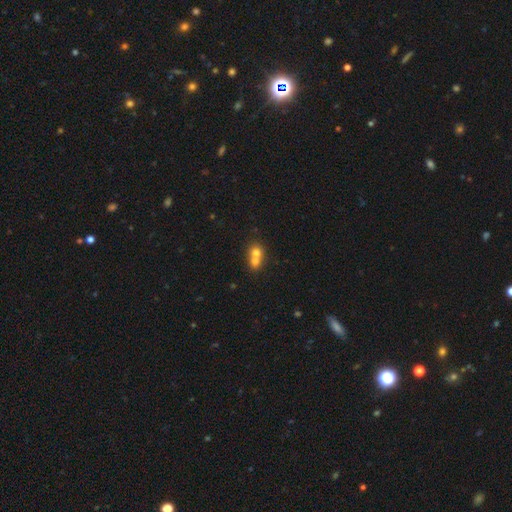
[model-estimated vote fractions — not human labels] Smooth or featured? smooth (70%)
How rounded? round (72%)
Merging? merger (70%)